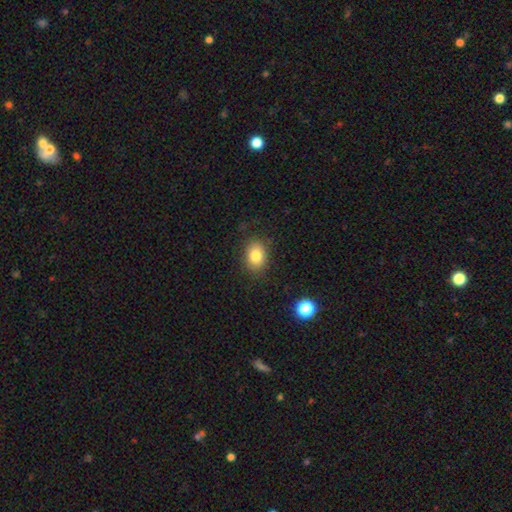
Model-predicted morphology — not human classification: smooth 82%, star or artifact 10%, featured or disk 9%. Down the decision tree: how rounded — in between (67%); merging — none (83%).